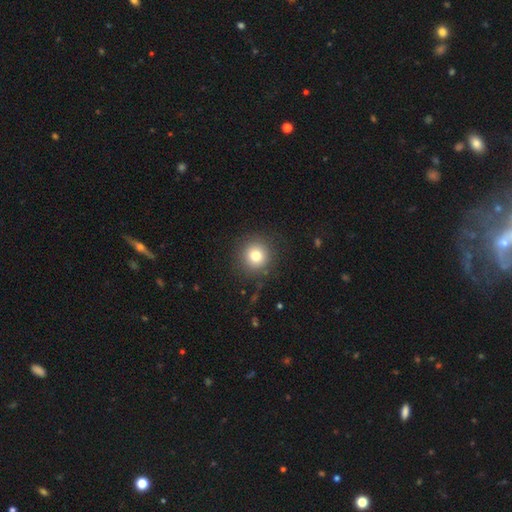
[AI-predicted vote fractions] This is likely a smooth galaxy (78%). How rounded: clearly round (94%). Merging: clearly none (88%).